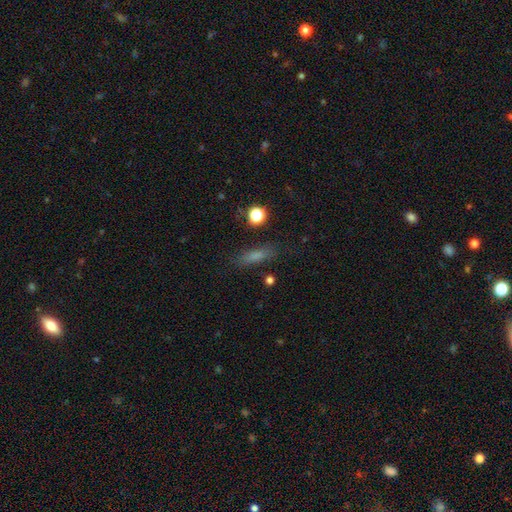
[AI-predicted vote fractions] Smooth or featured: smooth — 73% (star or artifact — 14%)
How rounded: cigar-shaped — 61% (in between — 34%)
Merging: none — 80% (minor disturbance — 13%)